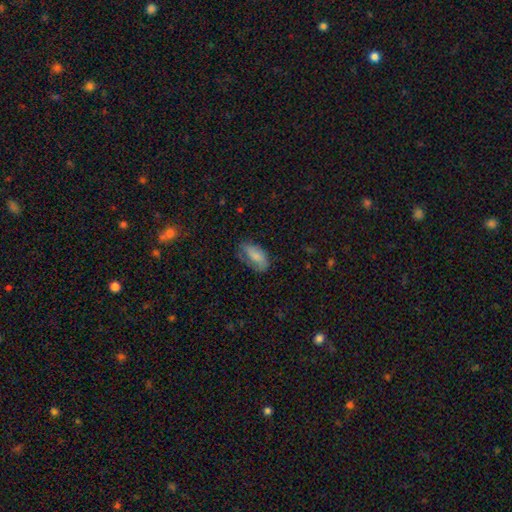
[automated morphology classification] The model was most divided on "merging": none: 54%, minor disturbance: 30%, major disturbance: 14%, merger: 2%. More confident: how rounded — in between (91%); smooth or featured — smooth (71%).